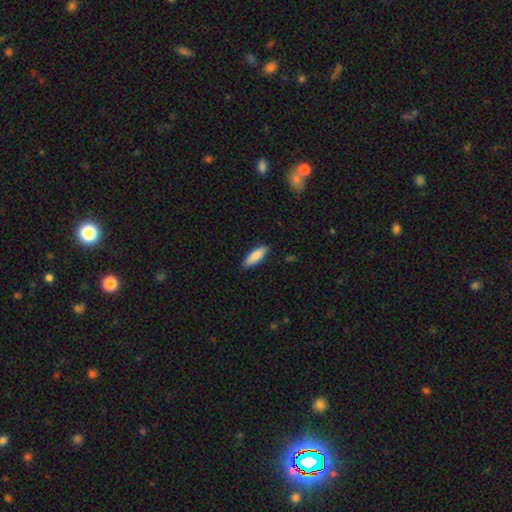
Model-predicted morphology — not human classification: Overall: smooth (86%). How rounded: in between (51%; cigar-shaped 48%). Merging: none (88%).